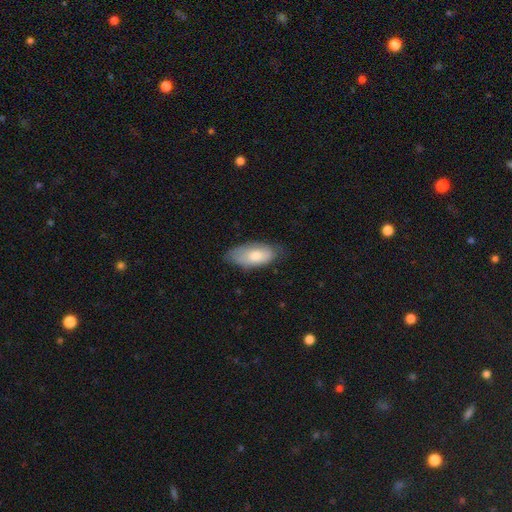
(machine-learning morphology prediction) Smooth or featured? Predicted: smooth (p=0.74). How rounded? Predicted: in between (p=0.88). Merging? Predicted: none (p=0.65).